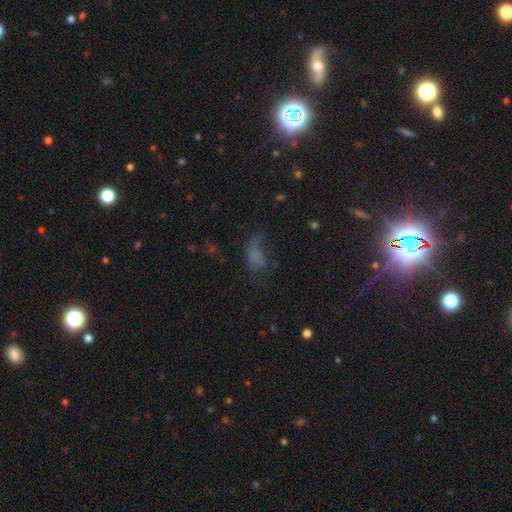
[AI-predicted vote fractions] The model was most divided on "merging": major disturbance: 42%, none: 31%, minor disturbance: 23%, merger: 5%. More confident: how rounded — in between (84%); smooth or featured — smooth (53%).